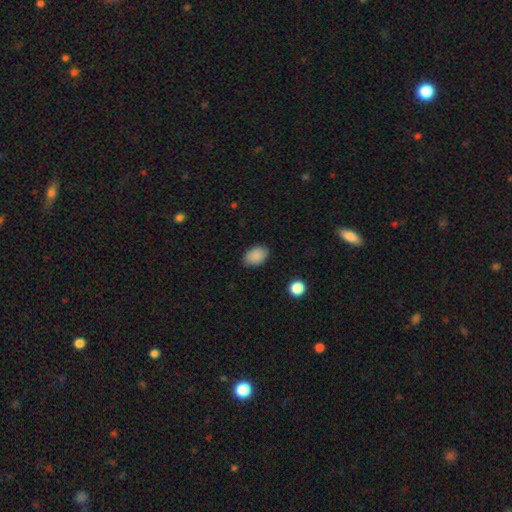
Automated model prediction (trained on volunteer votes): Smooth or featured? Predicted: smooth (p=0.88). How rounded? Predicted: in between (p=0.85). Merging? Predicted: none (p=0.85).